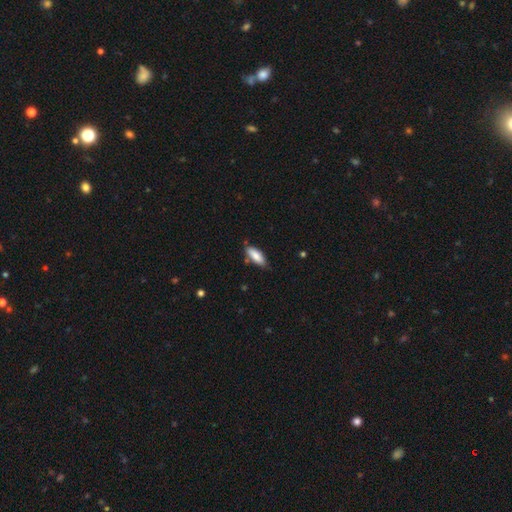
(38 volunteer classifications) smooth_or_featured: smooth (p=0.92) [alt: star or artifact p=0.05]
how_rounded: in between (p=0.77) [alt: cigar-shaped p=0.20]
merging: none (p=0.75) [alt: minor disturbance p=0.19]